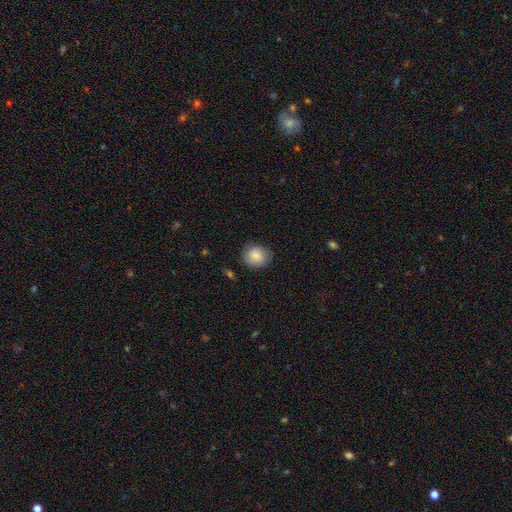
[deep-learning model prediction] This is clearly a smooth galaxy (88%). How rounded: likely round (72%). Merging: clearly none (84%).